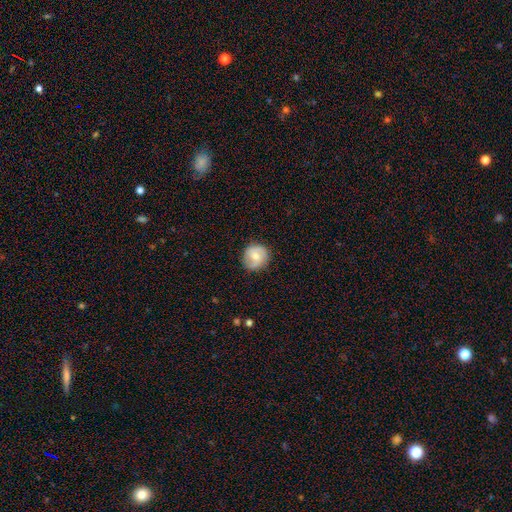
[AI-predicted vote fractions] Q: Smooth or featured?
A: smooth (49%); runner-up: featured or disk (44%)
Q: Merging?
A: none (82%); runner-up: minor disturbance (13%)